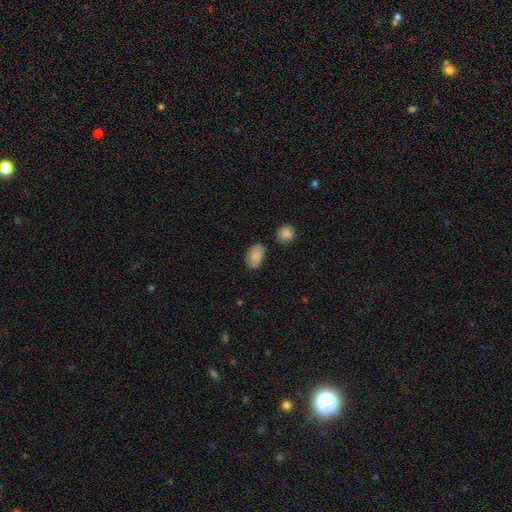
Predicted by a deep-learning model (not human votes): This appears to be a smooth galaxy with no disk features (81%) that is in between round and cigar-shaped (88%). Merging: none (68%).